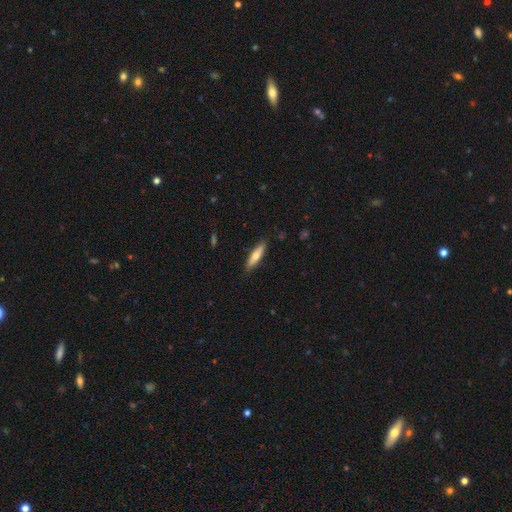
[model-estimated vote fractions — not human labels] This appears to be a smooth galaxy with no disk features (61%) that is cigar-shaped (74%). Merging: none (87%).